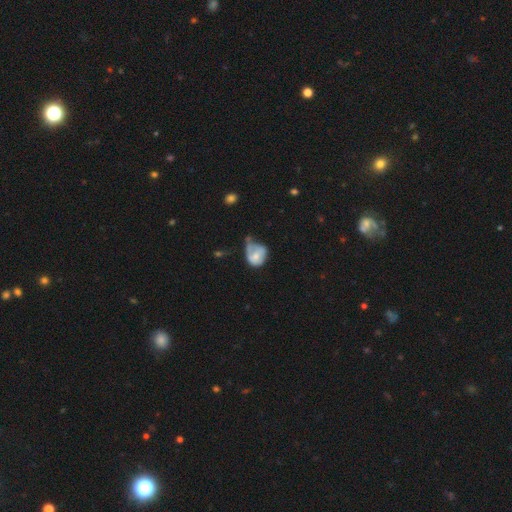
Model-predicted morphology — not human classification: This appears to be a smooth galaxy with no disk features (56%) that is round (53%). Merging: minor disturbance (33%).